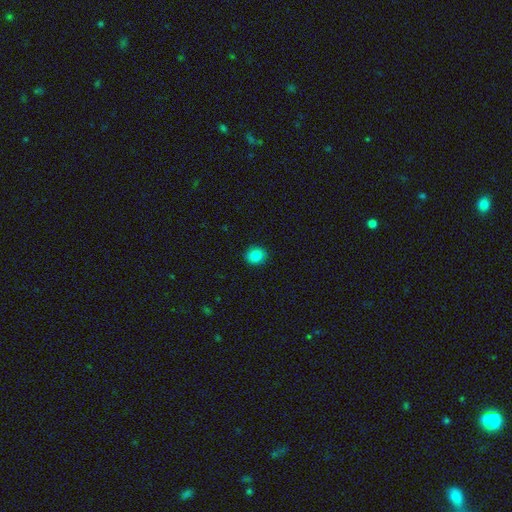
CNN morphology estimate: smooth_or_featured: smooth (p=0.87) [alt: star or artifact p=0.10]
how_rounded: round (p=0.71) [alt: in between p=0.28]
merging: none (p=0.90) [alt: minor disturbance p=0.07]